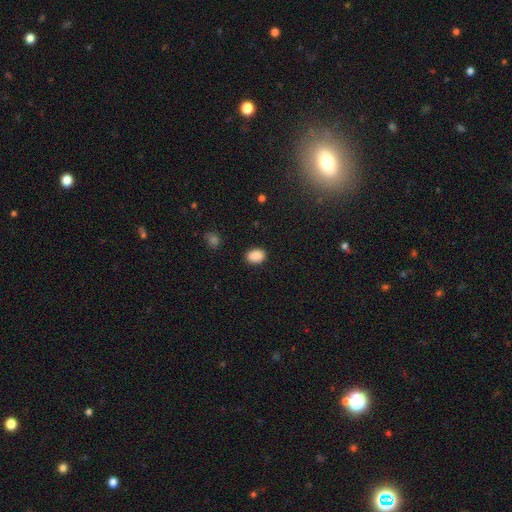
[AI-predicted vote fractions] This appears to be a smooth galaxy with no disk features (89%) that is in between round and cigar-shaped (76%). Merging: none (88%).